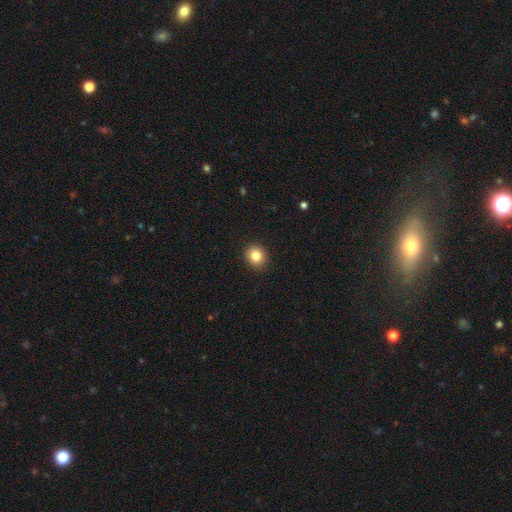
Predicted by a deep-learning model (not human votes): Overall: smooth (84%). How rounded: round (67%; in between 32%). Merging: none (90%).